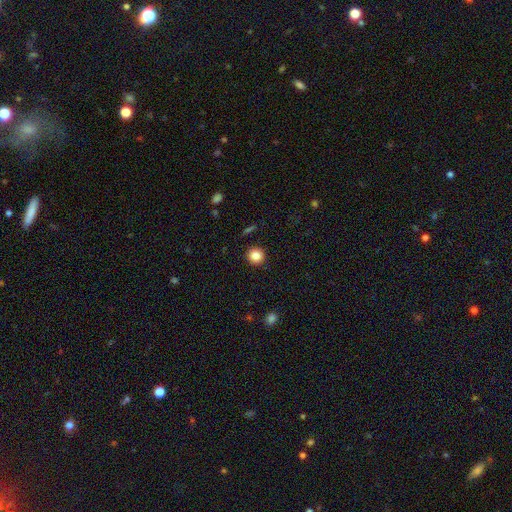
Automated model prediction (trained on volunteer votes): Smooth or featured?
  - smooth: 84% *
  - star or artifact: 10%
  - featured or disk: 6%
How rounded?
  - round: 94% *
  - in between: 5%
  - cigar-shaped: 1%
Merging?
  - none: 92% *
  - minor disturbance: 5%
  - major disturbance: 2%
  - merger: 1%